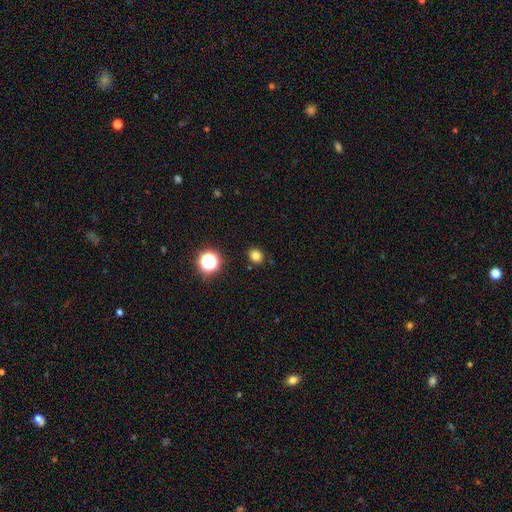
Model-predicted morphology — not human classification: A smooth galaxy with no disk features (79%) that is round (73%). Merging: none (88%).